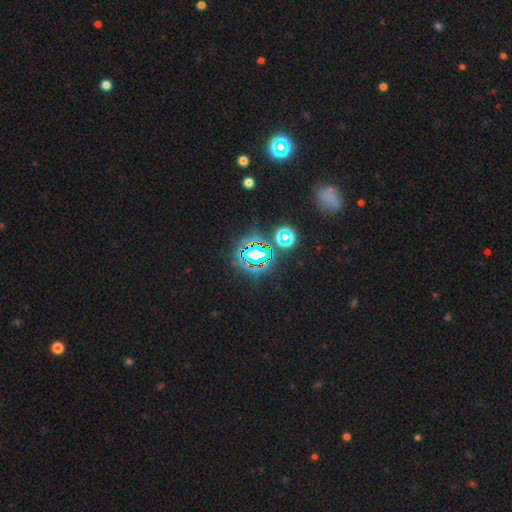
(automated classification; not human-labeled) Smooth or featured? Predicted: star or artifact (p=0.73).